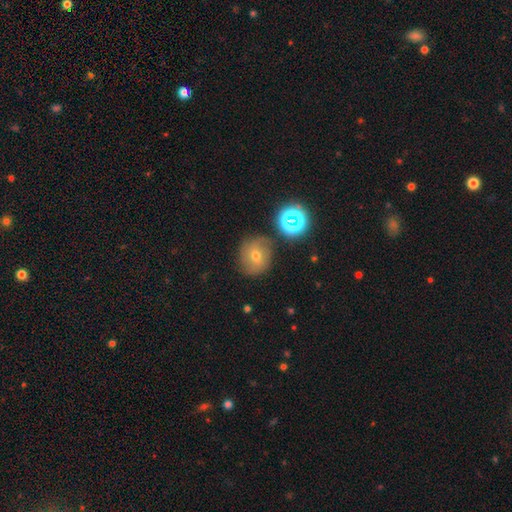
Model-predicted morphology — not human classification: smooth-or-featured: smooth: 55% | featured or disk: 24% | star or artifact: 21%
  how-rounded: round: 82% | in between: 17% | cigar-shaped: 1%
  merging: none: 78% | minor disturbance: 13% | merger: 5% | major disturbance: 5%